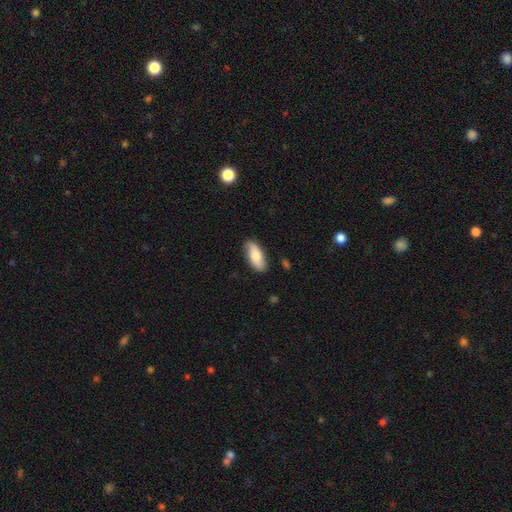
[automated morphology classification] A smooth galaxy with no disk features (70%) that is in between round and cigar-shaped (83%).

Vote fractions:
- Smooth or featured? smooth: 70% / featured or disk: 24% / star or artifact: 6%
- How rounded? in between: 83% / cigar-shaped: 15% / round: 2%
- Merging? none: 83% / minor disturbance: 13% / major disturbance: 2% / merger: 2%